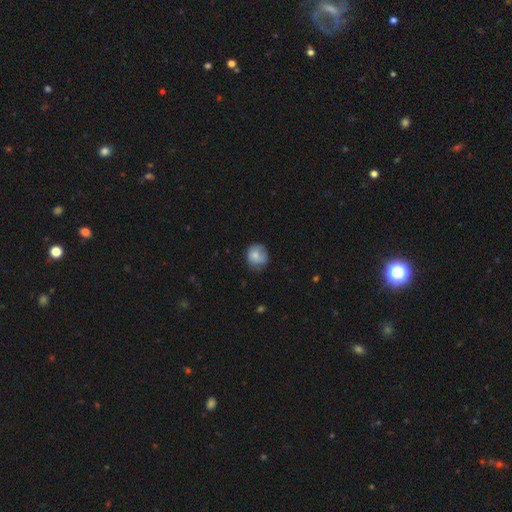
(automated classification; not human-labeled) smooth 78%, featured or disk 15%, star or artifact 8%. Down the decision tree: how rounded — round (81%); merging — none (59%).